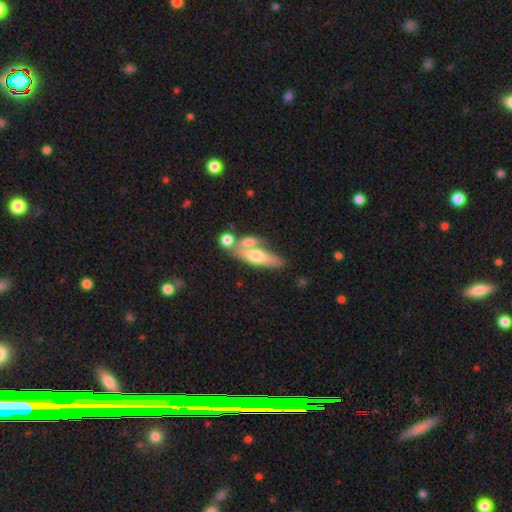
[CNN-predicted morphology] smooth_or_featured: smooth (p=0.55) [alt: featured or disk p=0.38]
how_rounded: in between (p=0.50) [alt: cigar-shaped p=0.45]
merging: merger (p=0.45) [alt: none p=0.35]